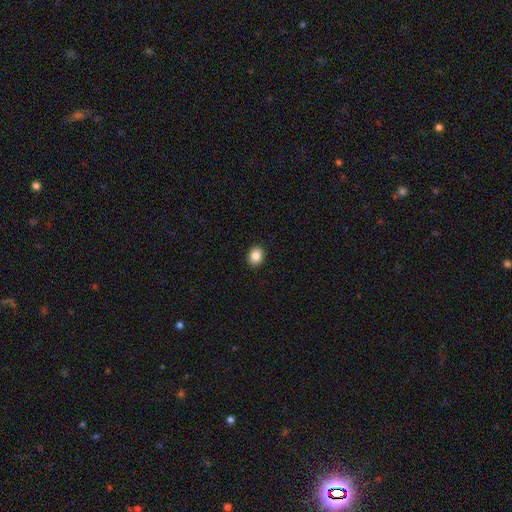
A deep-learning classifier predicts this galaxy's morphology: Smooth or featured? Predicted: smooth (p=0.87). How rounded? Predicted: round (p=0.51). Merging? Predicted: none (p=0.91).